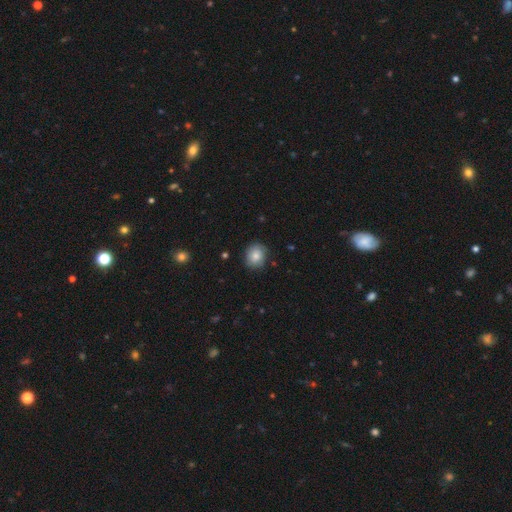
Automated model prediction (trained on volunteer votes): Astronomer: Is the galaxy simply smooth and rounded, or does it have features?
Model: smooth — 77%.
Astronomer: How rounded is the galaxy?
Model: round — 75%.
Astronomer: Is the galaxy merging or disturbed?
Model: none — 81%.